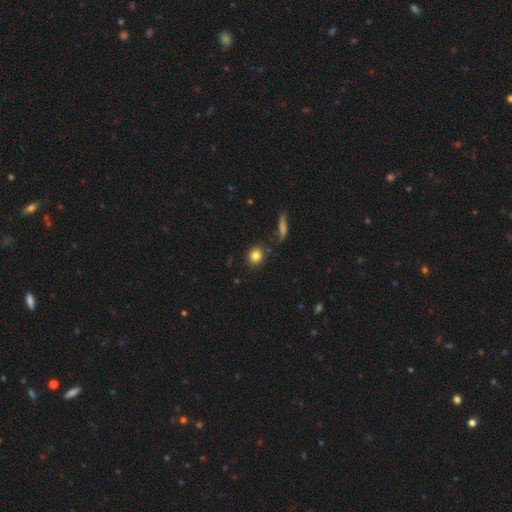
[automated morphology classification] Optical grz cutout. It shows a smooth galaxy with no disk features (83%) that is round (75%). Merging: none (83%).